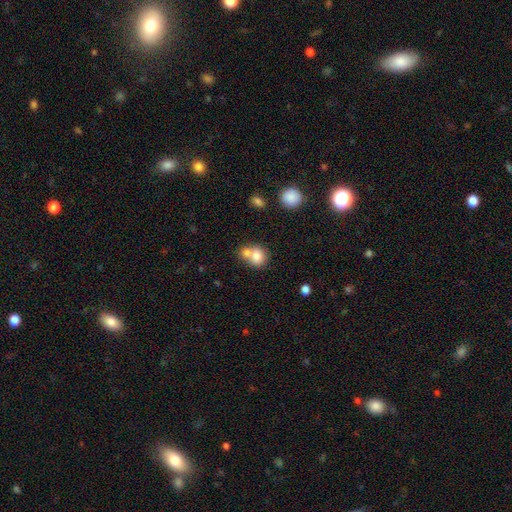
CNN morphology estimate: Smooth or featured: smooth — 78% (featured or disk — 13%)
How rounded: round — 66% (in between — 33%)
Merging: merger — 56% (none — 33%)